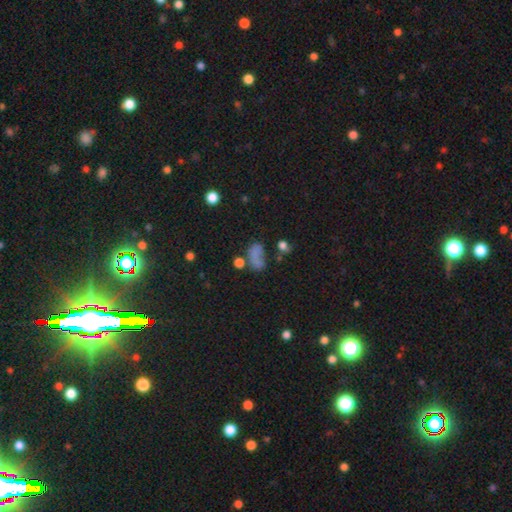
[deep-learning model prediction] Morphology: type=smooth (63%); roundness=in between (76%); merging=none (33%).